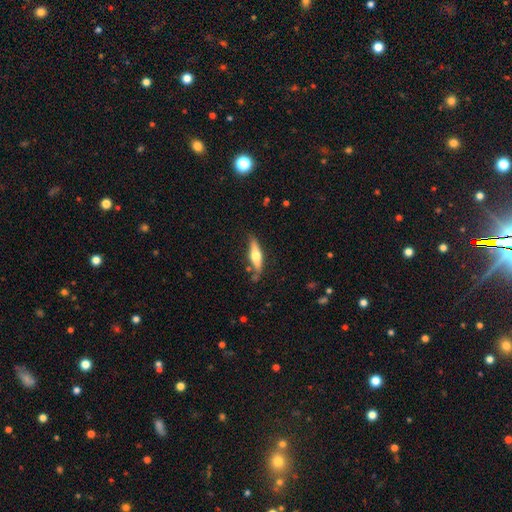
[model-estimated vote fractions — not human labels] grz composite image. It shows a featured or disk galaxy (51%) viewed edge-on (92%). Merging: none (79%).